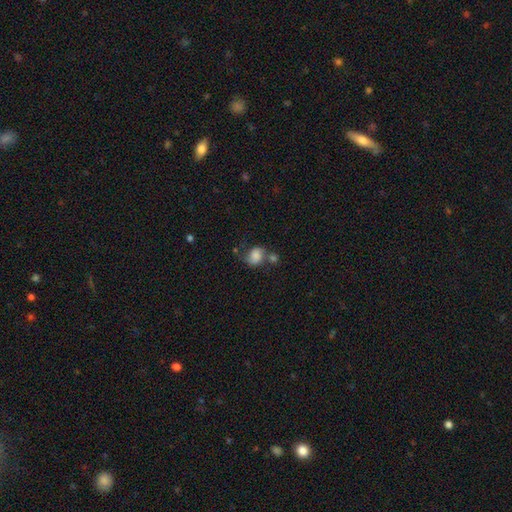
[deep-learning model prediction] This is likely a smooth galaxy (71%). How rounded: possibly round (55%). Merging: marginally none (44%).